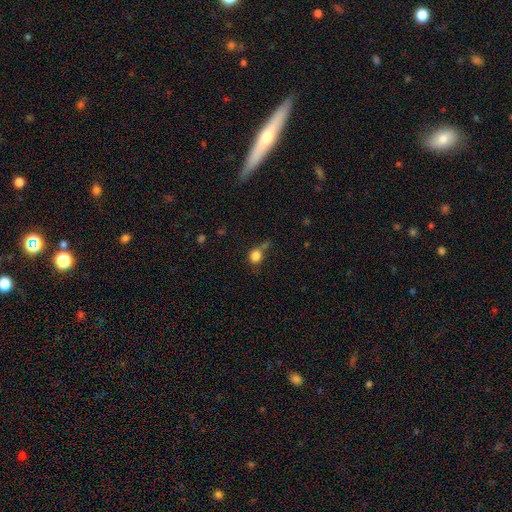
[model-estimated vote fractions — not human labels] A smooth galaxy with no disk features (82%) that is round (74%). Merging: none (48%).